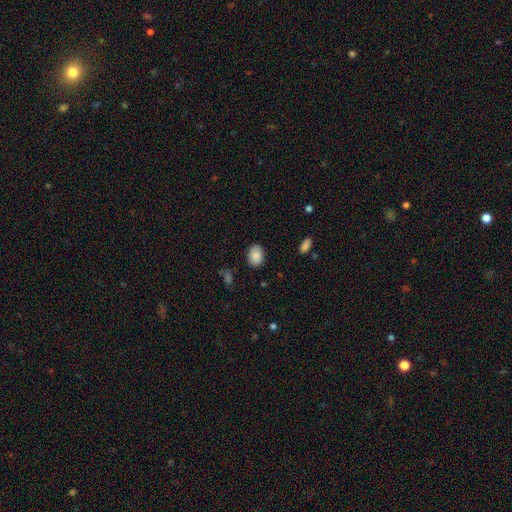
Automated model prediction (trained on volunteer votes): This appears to be a smooth galaxy with no disk features (87%) that is in between round and cigar-shaped (75%). Merging: none (85%).